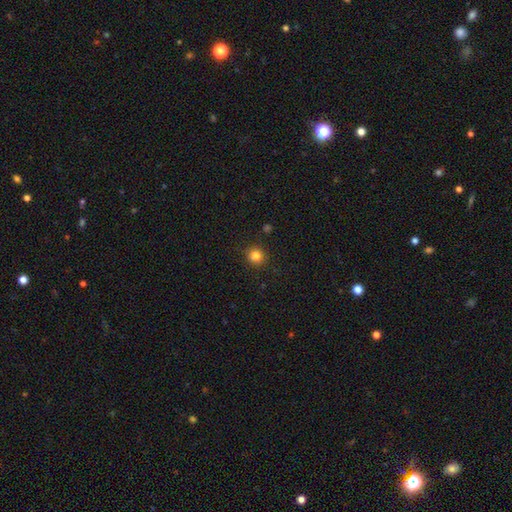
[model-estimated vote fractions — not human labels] Smooth or featured?
  - smooth: 83% *
  - star or artifact: 12%
  - featured or disk: 5%
How rounded?
  - round: 93% *
  - in between: 6%
  - cigar-shaped: 1%
Merging?
  - none: 90% *
  - minor disturbance: 6%
  - major disturbance: 2%
  - merger: 2%